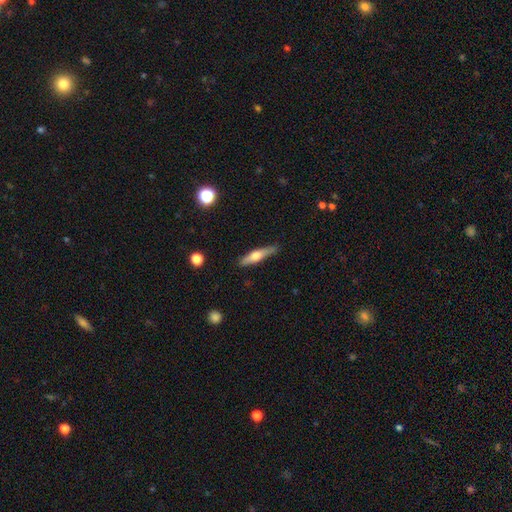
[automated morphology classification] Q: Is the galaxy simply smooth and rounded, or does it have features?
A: featured or disk — 48%.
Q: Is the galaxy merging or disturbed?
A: none — 83%.